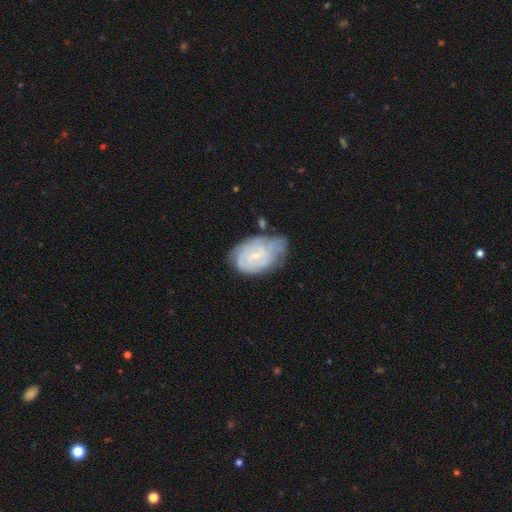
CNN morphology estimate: smooth_or_featured: featured or disk (p=0.72) [alt: smooth p=0.21]
disk_edge_on: no (p=0.97) [alt: yes p=0.03]
bar: no (p=0.47) [alt: weak p=0.45]
has_spiral_arms: yes (p=0.90) [alt: no p=0.10]
spiral_winding: tight (p=0.66) [alt: medium p=0.27]
spiral_arm_count: can't tell (p=0.43) [alt: 2 p=0.23]
bulge_size: small (p=0.72) [alt: moderate p=0.17]
merging: none (p=0.52) [alt: minor disturbance p=0.32]